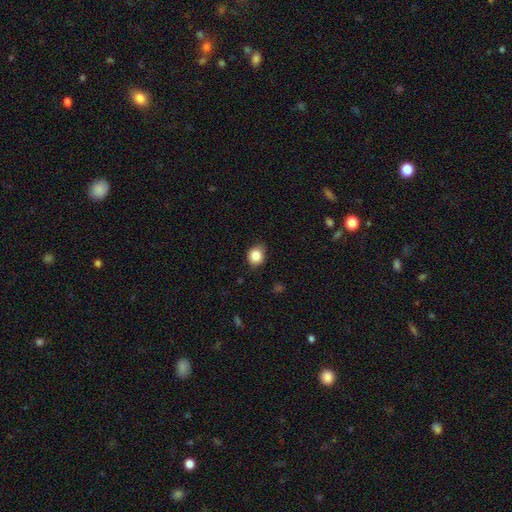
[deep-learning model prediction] Smooth or featured?
  - smooth: 85% *
  - star or artifact: 10%
  - featured or disk: 6%
How rounded?
  - round: 69% *
  - in between: 30%
  - cigar-shaped: 1%
Merging?
  - none: 83% *
  - minor disturbance: 13%
  - major disturbance: 2%
  - merger: 1%